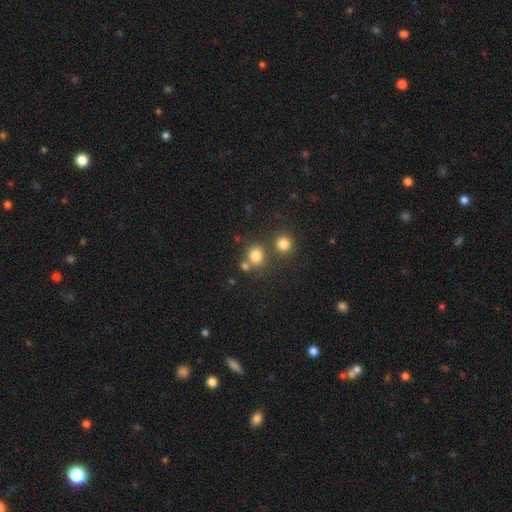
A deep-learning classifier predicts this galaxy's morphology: Smooth or featured? Predicted: smooth (p=0.78). How rounded? Predicted: round (p=0.82). Merging? Predicted: none (p=0.65).